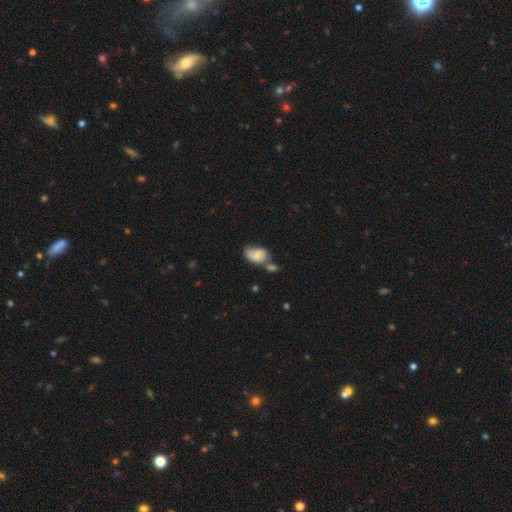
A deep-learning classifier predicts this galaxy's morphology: Smooth or featured? Predicted: smooth (p=0.56). How rounded? Predicted: in between (p=0.86). Merging? Predicted: merger (p=0.34).